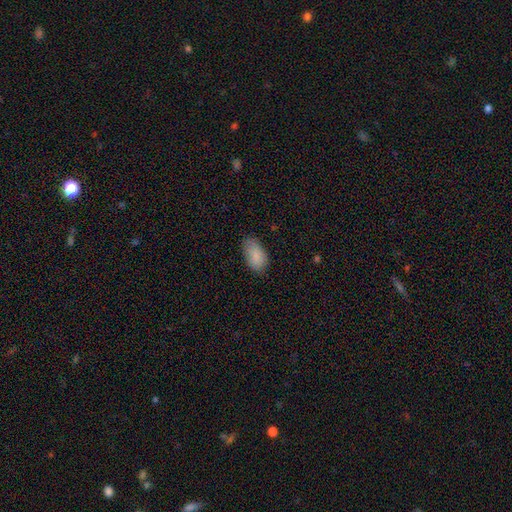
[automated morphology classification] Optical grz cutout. It shows a smooth galaxy with no disk features (87%) that is in between round and cigar-shaped (94%). Merging: none (74%).